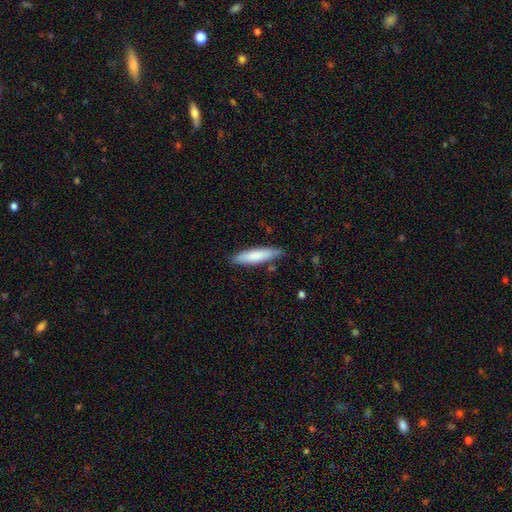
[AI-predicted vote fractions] Smooth or featured: smooth — 80% (featured or disk — 14%)
How rounded: cigar-shaped — 75% (in between — 23%)
Merging: none — 81% (minor disturbance — 15%)